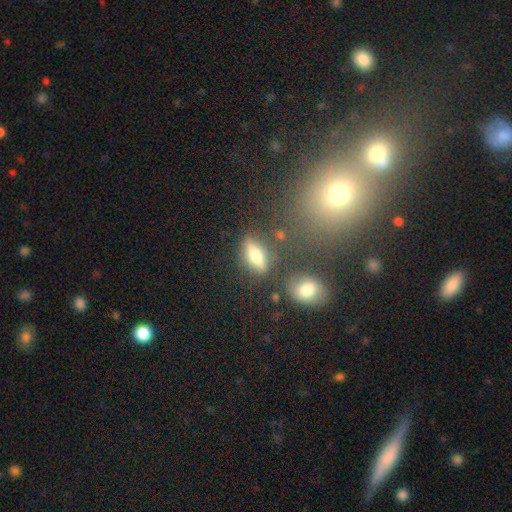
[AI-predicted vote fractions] smooth 50%, featured or disk 39%, star or artifact 11%. Down the decision tree: how rounded — in between (53%); merging — none (76%).